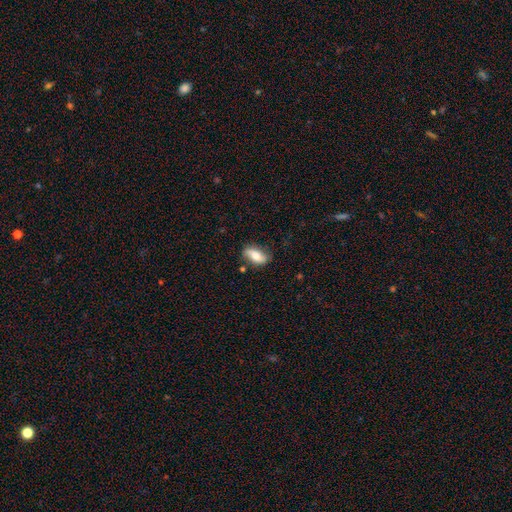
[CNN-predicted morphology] This appears to be a smooth galaxy with no disk features (61%) that is in between round and cigar-shaped (85%). Merging: none (73%).